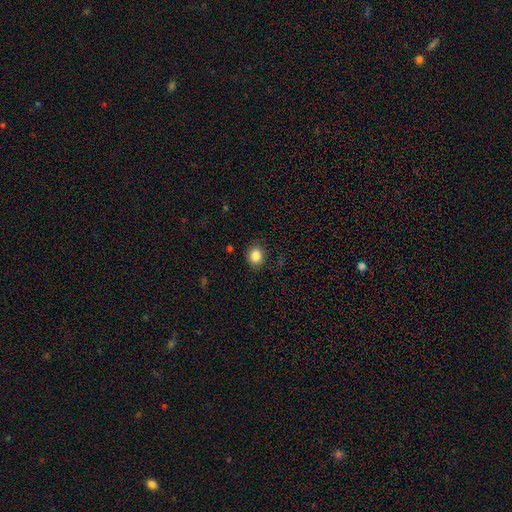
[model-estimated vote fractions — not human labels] Q: Smooth or featured?
A: smooth (85%); runner-up: star or artifact (10%)
Q: How rounded?
A: round (64%); runner-up: in between (35%)
Q: Merging?
A: none (86%); runner-up: minor disturbance (10%)